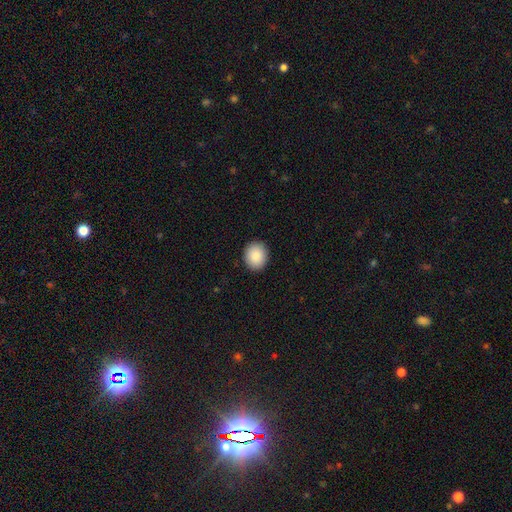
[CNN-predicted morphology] Smooth or featured: smooth — 89% (star or artifact — 7%)
How rounded: round — 65% (in between — 34%)
Merging: none — 90% (minor disturbance — 7%)